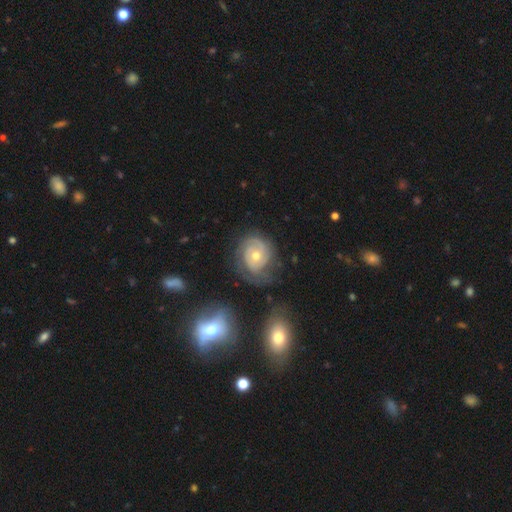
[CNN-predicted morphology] Smooth or featured: featured or disk — 79% (smooth — 15%)
Edge-on disk: no — 97% (yes — 3%)
Bar: no — 76% (weak — 20%)
Spiral arms: yes — 92% (no — 8%)
Spiral winding: tight — 67% (medium — 26%)
Spiral arm count: 2 — 42% (can't tell — 27%)
Bulge size: moderate — 61% (small — 34%)
Merging: none — 61% (minor disturbance — 22%)